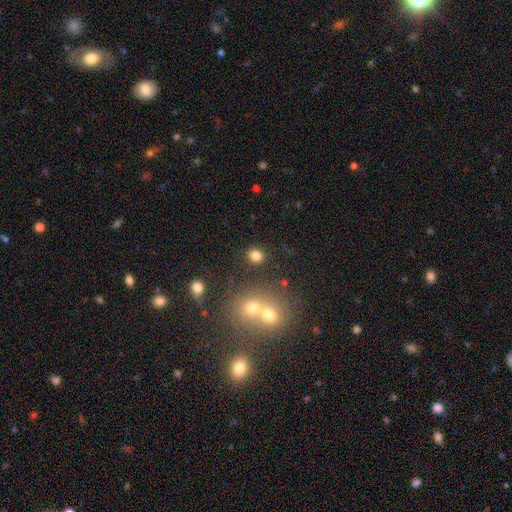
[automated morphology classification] Overall: smooth (80%). How rounded: round (84%). Merging: none (83%).